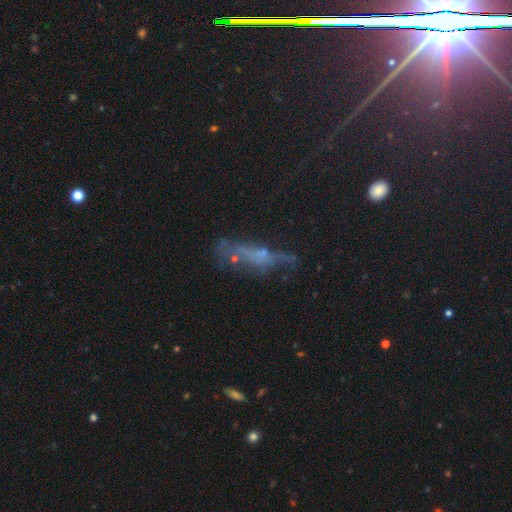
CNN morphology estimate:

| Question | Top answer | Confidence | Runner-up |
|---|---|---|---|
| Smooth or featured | featured or disk | 40% | smooth (31%) |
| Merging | none | 51% | minor disturbance (22%) |